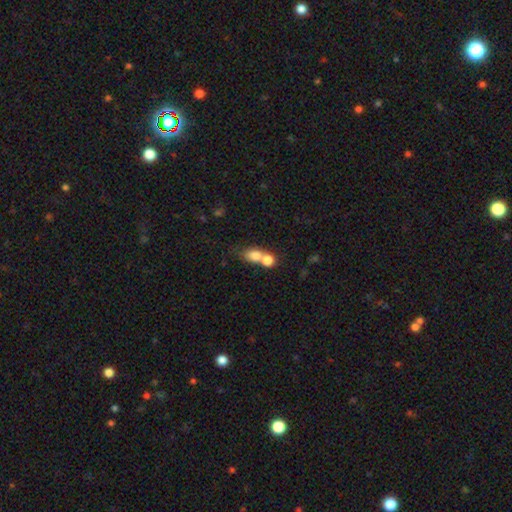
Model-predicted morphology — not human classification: Smooth or featured?
  - smooth: 75% *
  - featured or disk: 16%
  - star or artifact: 9%
How rounded?
  - in between: 52% *
  - round: 44%
  - cigar-shaped: 4%
Merging?
  - merger: 67% *
  - none: 22%
  - minor disturbance: 6%
  - major disturbance: 4%